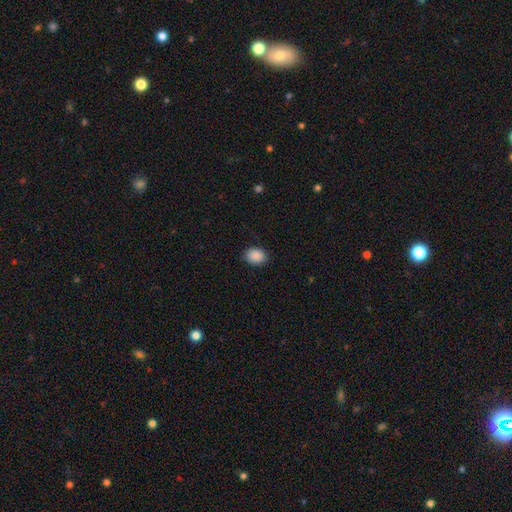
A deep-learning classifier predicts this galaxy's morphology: Q: Smooth or featured?
A: smooth (90%); runner-up: star or artifact (8%)
Q: How rounded?
A: in between (67%); runner-up: round (32%)
Q: Merging?
A: none (86%); runner-up: minor disturbance (10%)